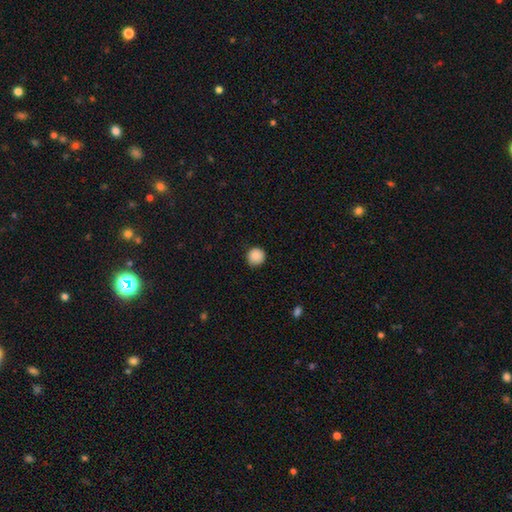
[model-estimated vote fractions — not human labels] A smooth galaxy with no disk features (88%) that is round (94%).

Vote fractions:
- Smooth or featured? smooth: 88% / star or artifact: 9% / featured or disk: 3%
- How rounded? round: 94% / in between: 5% / cigar-shaped: 1%
- Merging? none: 86% / minor disturbance: 10% / major disturbance: 2% / merger: 1%